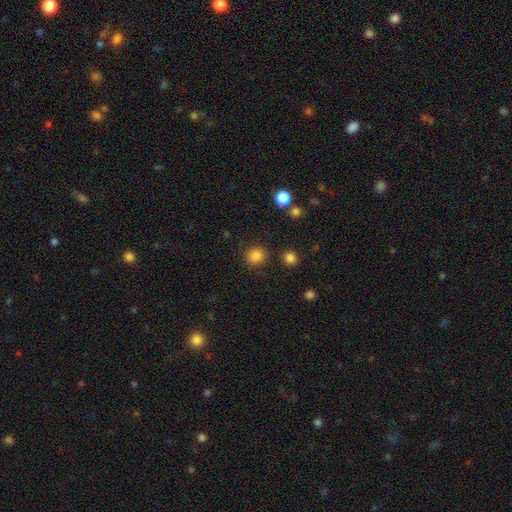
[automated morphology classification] Smooth or featured? Predicted: smooth (p=0.84). How rounded? Predicted: round (p=0.88). Merging? Predicted: none (p=0.87).